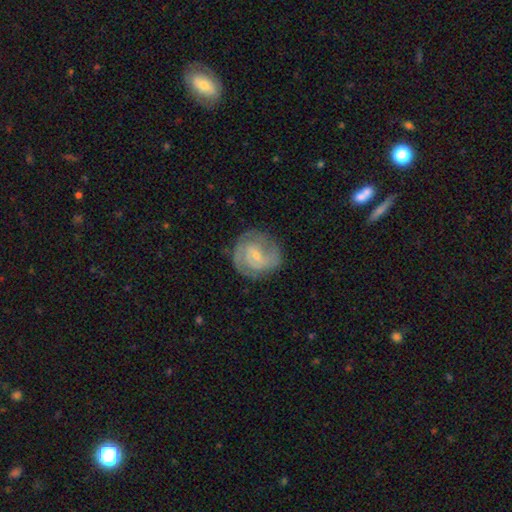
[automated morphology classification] featured or disk 80%, smooth 14%, star or artifact 6%. Down the decision tree: edge-on disk — no (98%); bar — weak (45%); spiral arms — yes (94%); spiral arm count — 2 (54%); spiral winding — tight (57%); bulge size — small (71%); merging — none (77%).